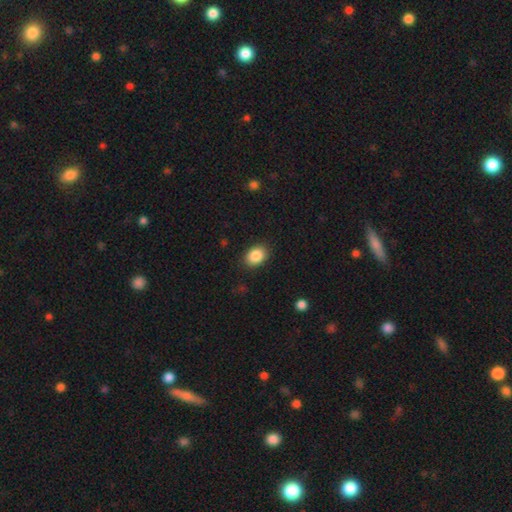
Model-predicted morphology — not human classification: smooth 87%, star or artifact 8%, featured or disk 5%. Down the decision tree: how rounded — in between (71%); merging — none (88%).